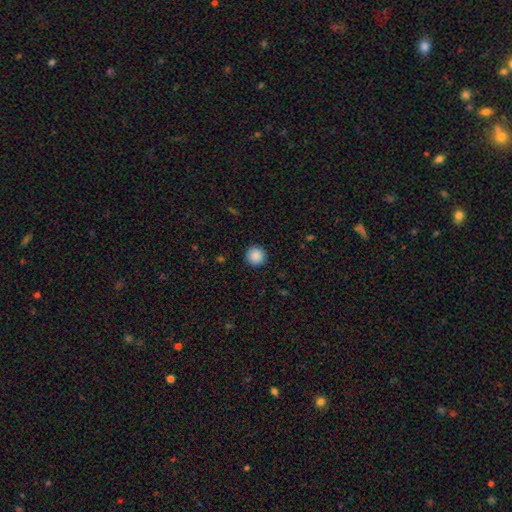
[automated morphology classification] This is clearly a smooth galaxy (89%). How rounded: clearly round (95%). Merging: clearly none (91%).